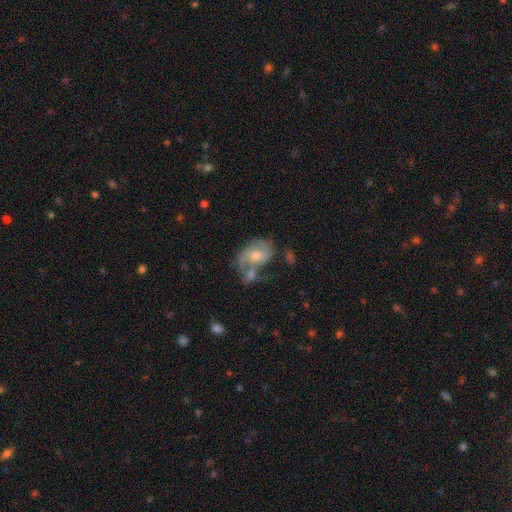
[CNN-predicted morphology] Smooth or featured: featured or disk — 68% (smooth — 25%)
Edge-on disk: no — 97% (yes — 3%)
Bar: no — 69% (weak — 25%)
Spiral arms: yes — 82% (no — 18%)
Spiral winding: medium — 45% (tight — 32%)
Spiral arm count: 2 — 62% (can't tell — 18%)
Bulge size: moderate — 68% (small — 24%)
Merging: none — 35% (merger — 31%)